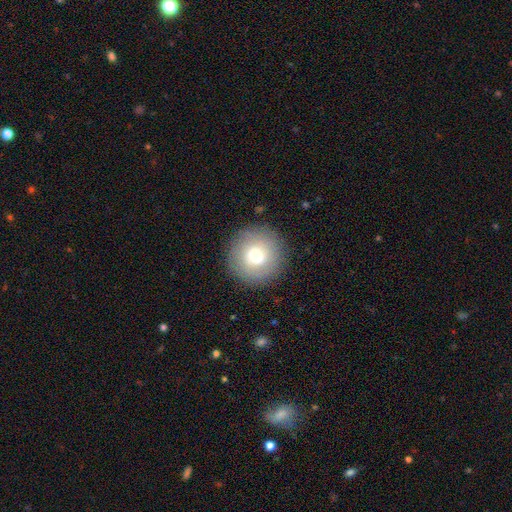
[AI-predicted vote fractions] Q: Smooth or featured?
A: smooth (72%); runner-up: featured or disk (19%)
Q: How rounded?
A: round (96%); runner-up: in between (3%)
Q: Merging?
A: none (89%); runner-up: minor disturbance (7%)